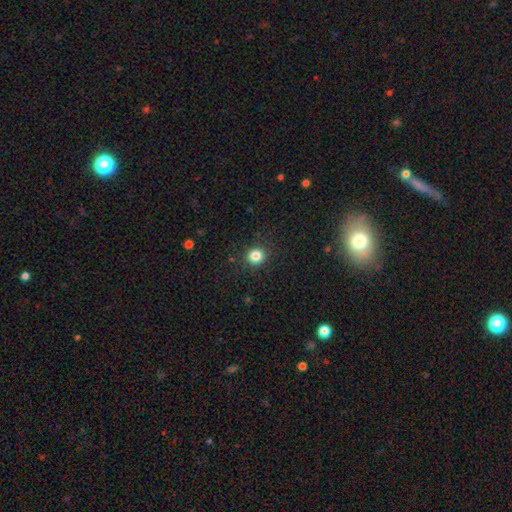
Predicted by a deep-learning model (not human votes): This appears to be a smooth galaxy with no disk features (83%) that is round (87%). Merging: none (90%).